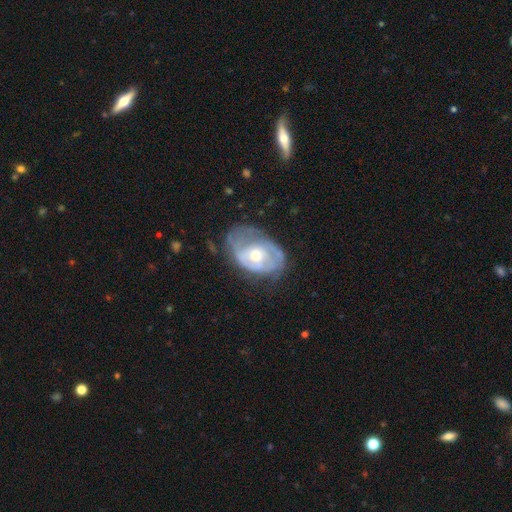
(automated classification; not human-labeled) This is likely a featured or disk galaxy (71%). It is clearly not viewed edge-on (96%). Bar: likely no (69%). Spiral arm pattern: likely yes (70%). Central bulge: likely moderate (64%). Merging: possibly none (46%).